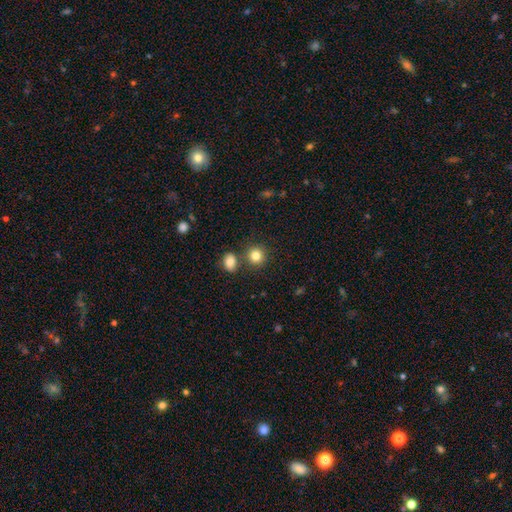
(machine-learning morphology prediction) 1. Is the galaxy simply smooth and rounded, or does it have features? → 83% smooth, 11% star or artifact, 6% featured or disk.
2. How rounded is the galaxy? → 86% round, 13% in between, 1% cigar-shaped.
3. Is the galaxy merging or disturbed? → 76% none, 13% merger, 8% minor disturbance, 3% major disturbance.